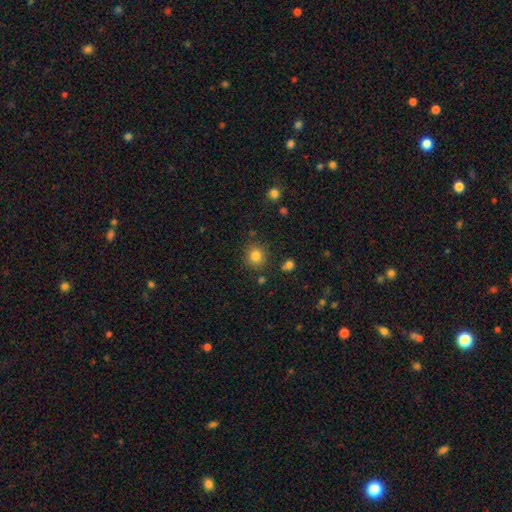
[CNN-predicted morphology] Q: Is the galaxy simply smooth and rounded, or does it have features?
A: smooth — 82%.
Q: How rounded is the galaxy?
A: round — 89%.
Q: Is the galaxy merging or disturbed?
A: none — 85%.